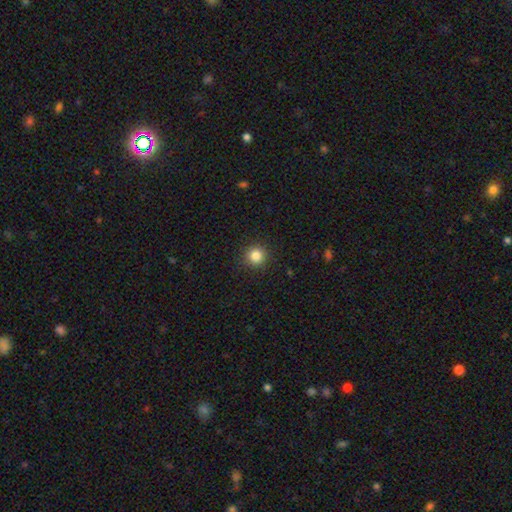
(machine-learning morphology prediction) Smooth or featured? smooth (84%)
How rounded? round (94%)
Merging? none (91%)